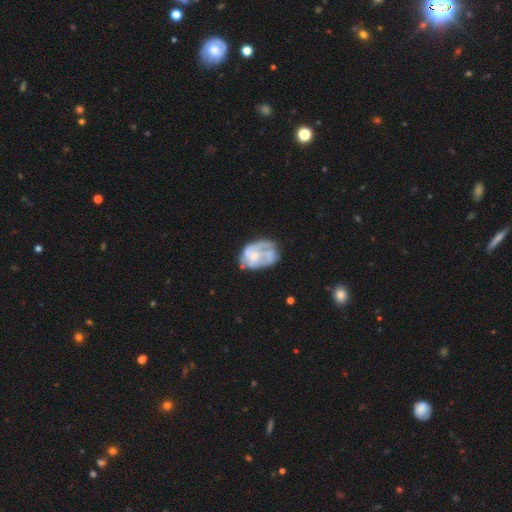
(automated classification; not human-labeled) A featured or disk galaxy (66%) with no bar (76%), no spiral arms (50%, tied with yes) and a small central bulge (54%).

Vote fractions:
- Smooth or featured? featured or disk: 66% / smooth: 27% / star or artifact: 7%
- Edge-on disk? no: 98% / yes: 2%
- Bar? no: 76% / weak: 20% / strong: 4%
- Spiral arms? no: 50% (tied) / yes: 50% (tied)
- Bulge size? small: 54% / moderate: 30% / none: 13% / large: 2% / dominant: 1%
- Merging? none: 41% / minor disturbance: 28% / major disturbance: 24% / merger: 7%